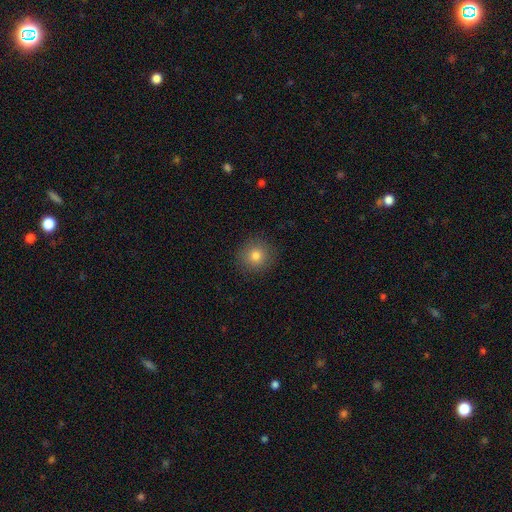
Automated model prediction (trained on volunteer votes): This appears to be a smooth galaxy with no disk features (81%) that is round (92%). Merging: none (90%).